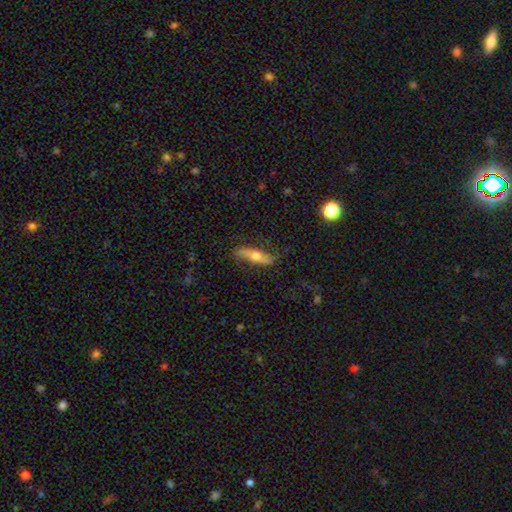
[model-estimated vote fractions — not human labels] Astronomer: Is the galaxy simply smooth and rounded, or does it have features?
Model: featured or disk — 47%, tied with smooth at 47%.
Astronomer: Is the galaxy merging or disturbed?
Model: none — 77%.